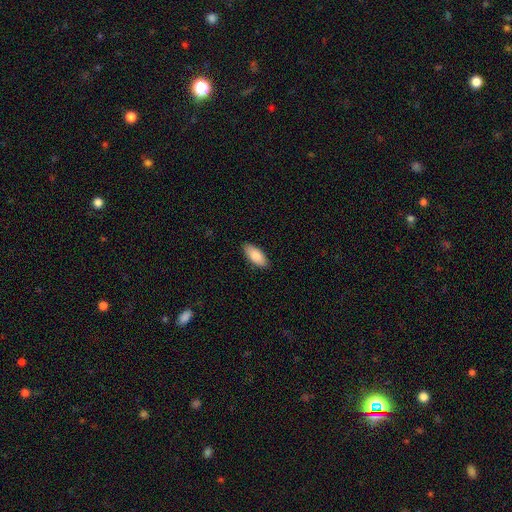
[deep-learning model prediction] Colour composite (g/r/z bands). It shows a smooth galaxy with no disk features (87%) that is in between round and cigar-shaped (88%). Merging: none (88%).